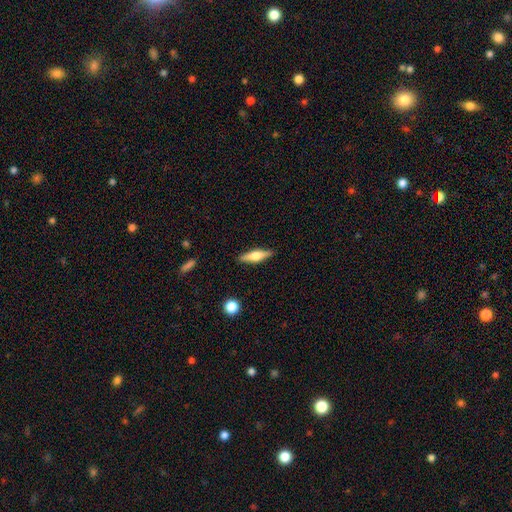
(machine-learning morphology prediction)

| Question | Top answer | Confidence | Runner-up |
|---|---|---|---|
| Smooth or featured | featured or disk | 54% | smooth (40%) |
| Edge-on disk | yes | 95% | no (5%) |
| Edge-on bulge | rounded | 91% | boxy (6%) |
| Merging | none | 89% | minor disturbance (8%) |